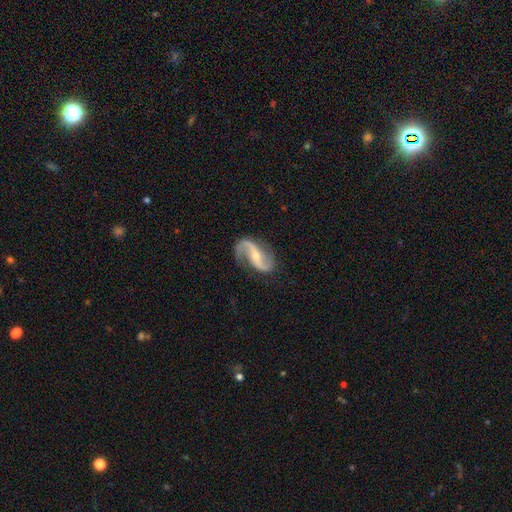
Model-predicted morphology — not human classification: type=featured or disk (91%); edge-on=no (98%); bar=no (35%); spiral arms=yes (97%); winding=loose (66%); arm count=2 (94%); bulge=small (58%); merging=none (80%).